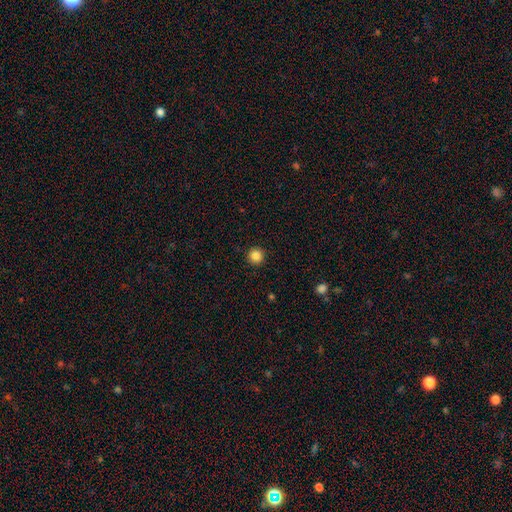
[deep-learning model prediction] smooth 86%, star or artifact 11%, featured or disk 3%. Down the decision tree: how rounded — round (96%); merging — none (93%).